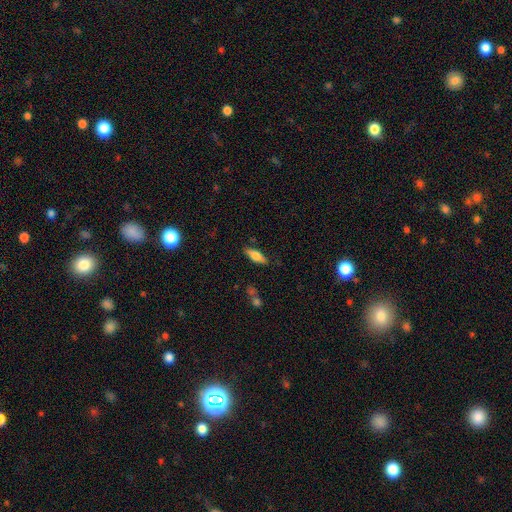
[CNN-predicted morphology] Smooth or featured? Predicted: smooth (p=0.63). How rounded? Predicted: in between (p=0.60). Merging? Predicted: none (p=0.83).